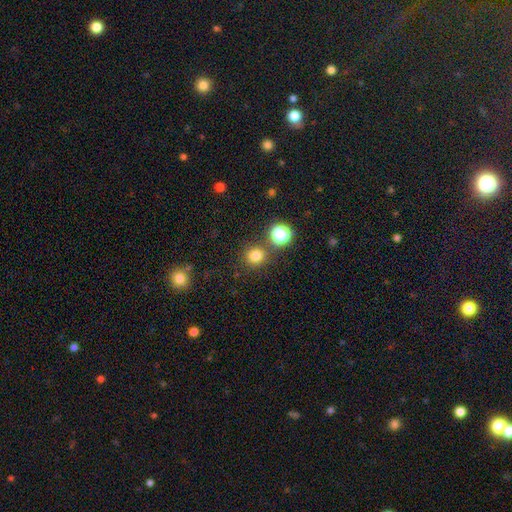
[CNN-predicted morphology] A smooth galaxy with no disk features (77%) that is round (90%). Merging: none (79%).